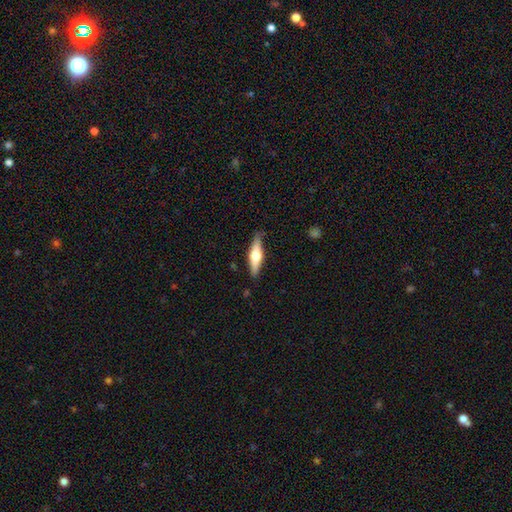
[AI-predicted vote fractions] Overall: featured or disk (54%; smooth 40%). Edge-on disk: yes (95%). Edge-on bulge: rounded (92%). Merging: none (85%).